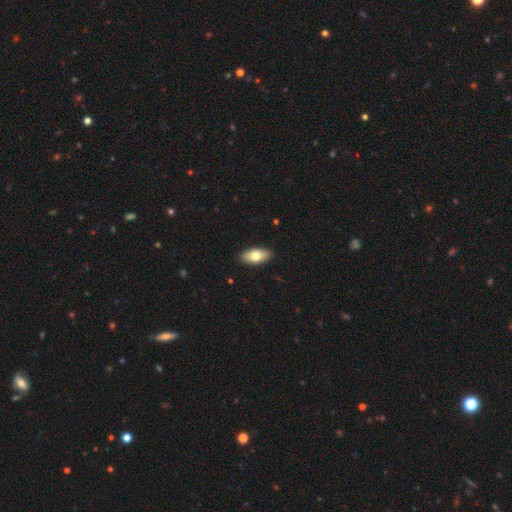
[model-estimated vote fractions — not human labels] Smooth or featured: smooth — 75% (featured or disk — 19%)
How rounded: in between — 88% (cigar-shaped — 10%)
Merging: none — 90% (minor disturbance — 7%)